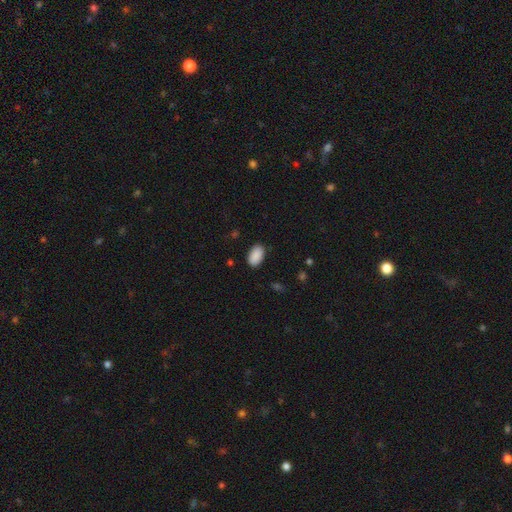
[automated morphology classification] A smooth galaxy with no disk features (91%) that is in between round and cigar-shaped (94%). Merging: none (87%).